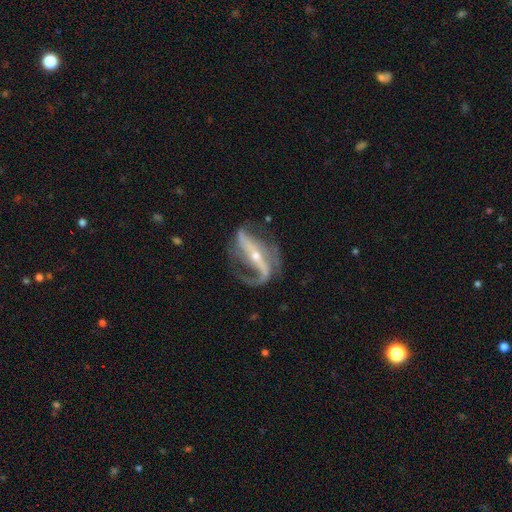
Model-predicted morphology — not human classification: smooth_or_featured: featured or disk (p=0.90) [alt: star or artifact p=0.05]
disk_edge_on: no (p=0.90) [alt: yes p=0.10]
bar: strong (p=0.69) [alt: weak p=0.17]
has_spiral_arms: yes (p=0.95) [alt: no p=0.05]
spiral_winding: loose (p=0.57) [alt: medium p=0.31]
spiral_arm_count: 2 (p=0.81) [alt: 1 p=0.10]
bulge_size: small (p=0.68) [alt: moderate p=0.29]
merging: none (p=0.59) [alt: major disturbance p=0.20]